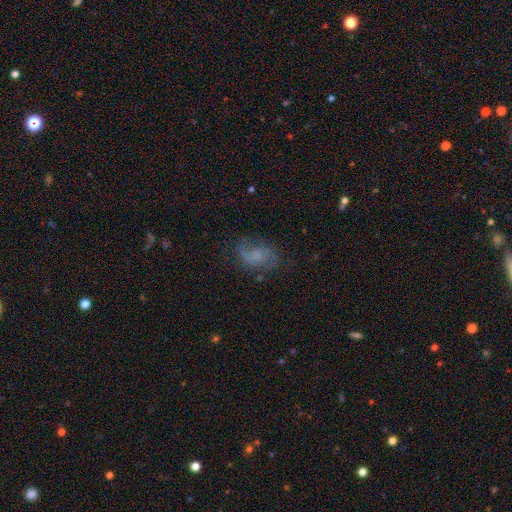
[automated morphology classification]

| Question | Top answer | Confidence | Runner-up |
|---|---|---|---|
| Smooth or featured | featured or disk | 67% | smooth (23%) |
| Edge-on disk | no | 97% | yes (3%) |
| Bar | no | 60% | weak (34%) |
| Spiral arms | yes | 91% | no (9%) |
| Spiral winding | loose | 44% | medium (42%) |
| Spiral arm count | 2 | 85% | can't tell (7%) |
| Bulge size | none | 42% | small (31%) |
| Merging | none | 68% | minor disturbance (19%) |